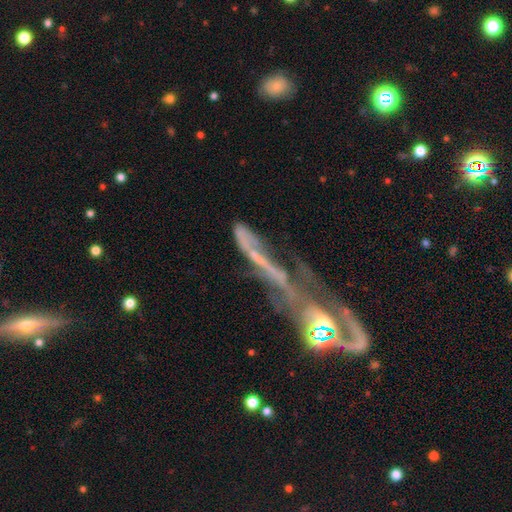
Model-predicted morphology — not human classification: Overall: featured or disk (63%). Edge-on disk: no (71%). Merging: merger (45%; major disturbance 28%).